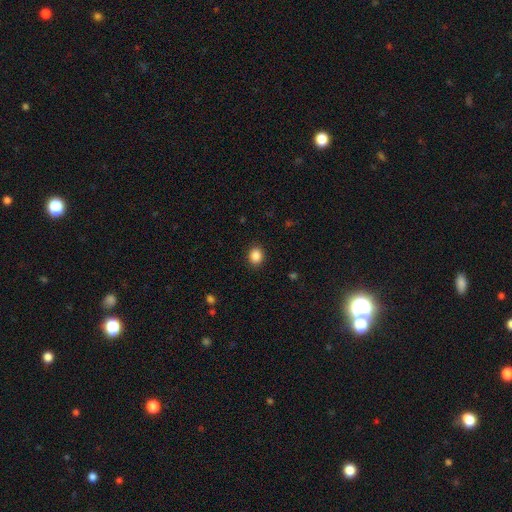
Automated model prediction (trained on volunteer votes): A smooth galaxy with no disk features (88%) that is round (64%). Merging: none (90%).